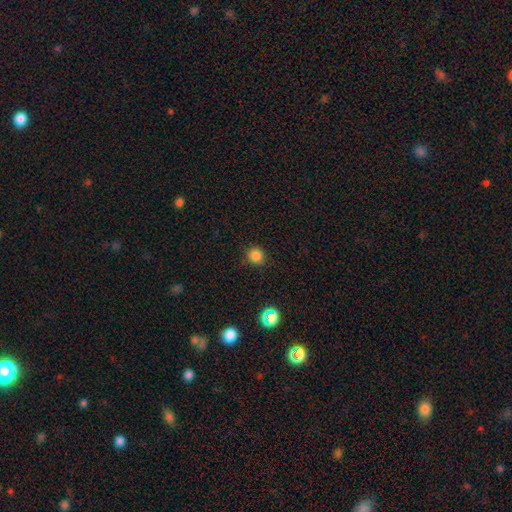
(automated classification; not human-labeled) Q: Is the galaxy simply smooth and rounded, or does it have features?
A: smooth — 83%.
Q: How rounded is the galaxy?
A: round — 91%.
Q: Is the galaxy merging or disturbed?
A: none — 88%.